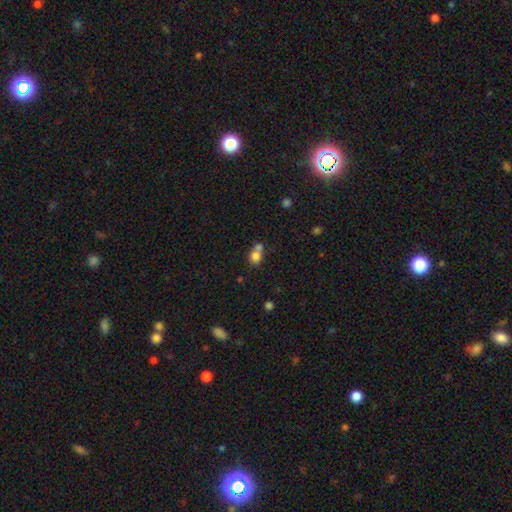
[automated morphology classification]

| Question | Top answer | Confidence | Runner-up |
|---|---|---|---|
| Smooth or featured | smooth | 78% | star or artifact (11%) |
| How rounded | round | 67% | in between (32%) |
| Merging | merger | 53% | none (35%) |